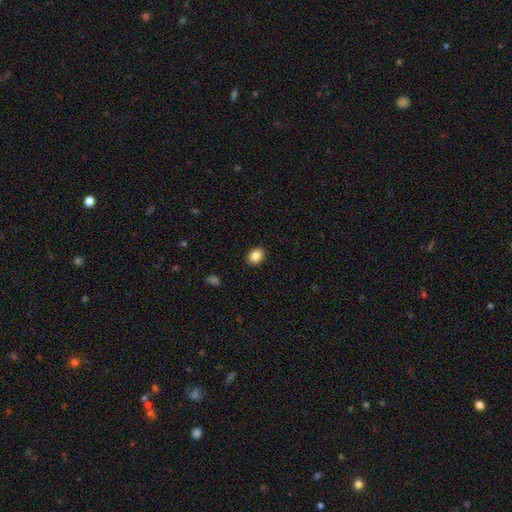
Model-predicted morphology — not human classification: Overall: smooth (86%). How rounded: in between (58%; round 41%). Merging: none (90%).